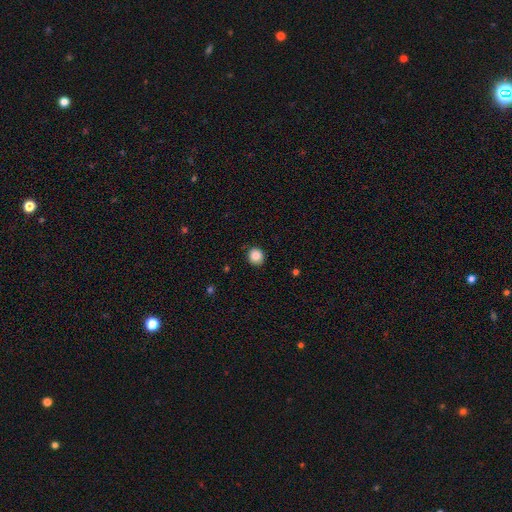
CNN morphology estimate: smooth-or-featured: smooth: 87% | star or artifact: 10% | featured or disk: 4%
  how-rounded: round: 89% | in between: 10% | cigar-shaped: 1%
  merging: none: 89% | minor disturbance: 8% | major disturbance: 2% | merger: 1%